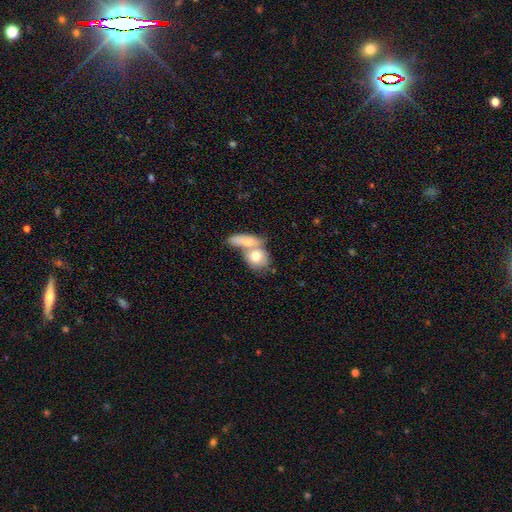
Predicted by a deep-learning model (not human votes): smooth_or_featured: smooth (p=0.72) [alt: featured or disk p=0.22]
how_rounded: in between (p=0.52) [alt: round p=0.43]
merging: merger (p=0.64) [alt: none p=0.24]